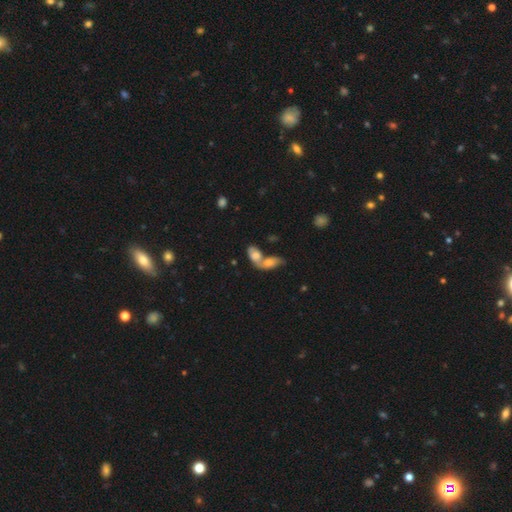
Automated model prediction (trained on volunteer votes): Q: Smooth or featured?
A: smooth (61%); runner-up: featured or disk (30%)
Q: How rounded?
A: in between (85%); runner-up: round (11%)
Q: Merging?
A: merger (75%); runner-up: none (15%)